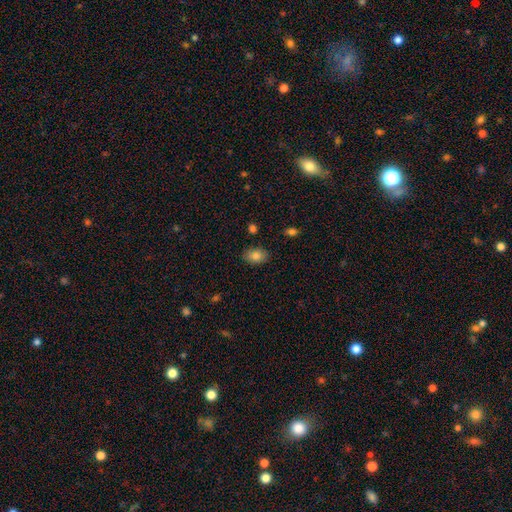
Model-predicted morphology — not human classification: smooth-or-featured: smooth: 83% | star or artifact: 9% | featured or disk: 9%
  how-rounded: in between: 81% | round: 18% | cigar-shaped: 1%
  merging: none: 85% | minor disturbance: 11% | major disturbance: 2% | merger: 2%